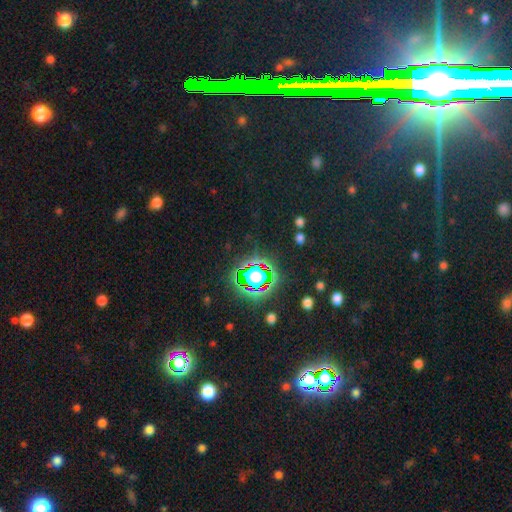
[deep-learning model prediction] Smooth or featured? Predicted: star or artifact (p=0.76).